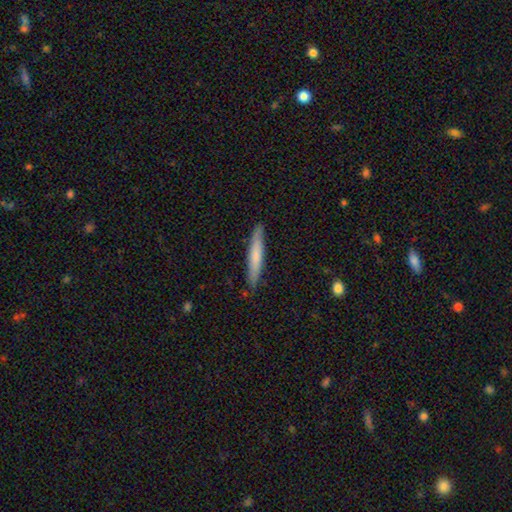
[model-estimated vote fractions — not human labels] The model was most divided on "smooth or featured": smooth: 66%, featured or disk: 28%, star or artifact: 5%. More confident: how rounded — cigar-shaped (94%); merging — none (88%).